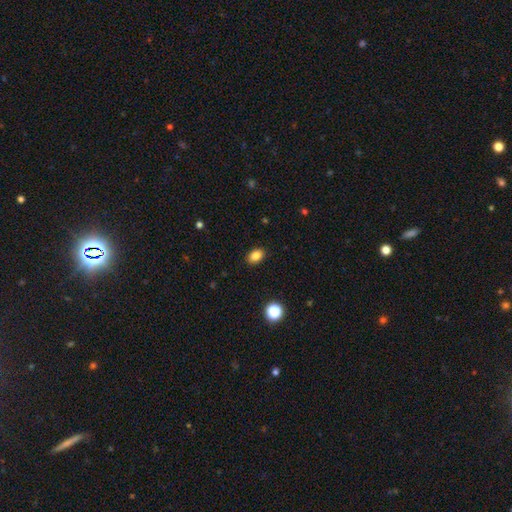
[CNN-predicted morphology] smooth-or-featured: smooth: 84% | star or artifact: 11% | featured or disk: 5%
  how-rounded: in between: 77% | round: 22% | cigar-shaped: 1%
  merging: none: 89% | minor disturbance: 8% | major disturbance: 2% | merger: 1%